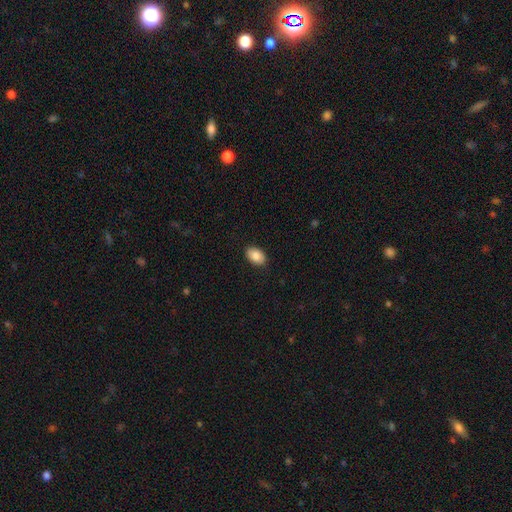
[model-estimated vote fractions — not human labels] Smooth or featured? smooth (86%)
How rounded? in between (90%)
Merging? none (89%)